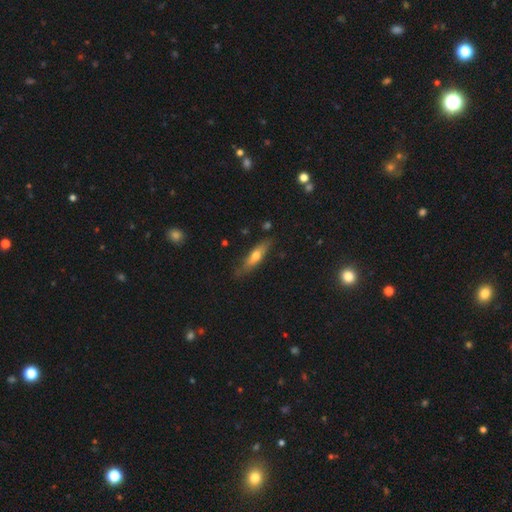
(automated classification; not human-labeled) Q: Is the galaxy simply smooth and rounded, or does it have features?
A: smooth — 52%.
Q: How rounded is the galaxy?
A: cigar-shaped — 67%.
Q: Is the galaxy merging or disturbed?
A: none — 76%.